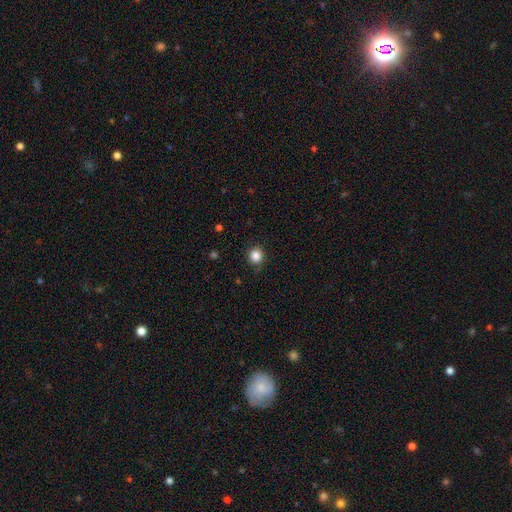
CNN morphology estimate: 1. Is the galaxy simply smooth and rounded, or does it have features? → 85% smooth, 11% star or artifact, 4% featured or disk.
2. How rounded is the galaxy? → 86% round, 13% in between, 1% cigar-shaped.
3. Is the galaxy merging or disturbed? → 86% none, 10% minor disturbance, 3% major disturbance, 1% merger.